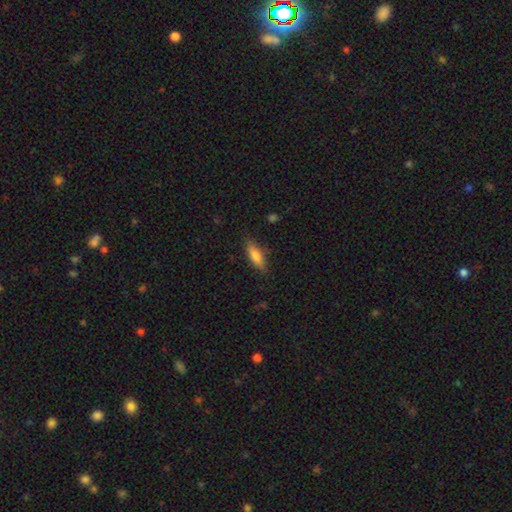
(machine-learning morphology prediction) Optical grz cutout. It shows a smooth galaxy with no disk features (76%) that is in between round and cigar-shaped (56%). Merging: none (80%).